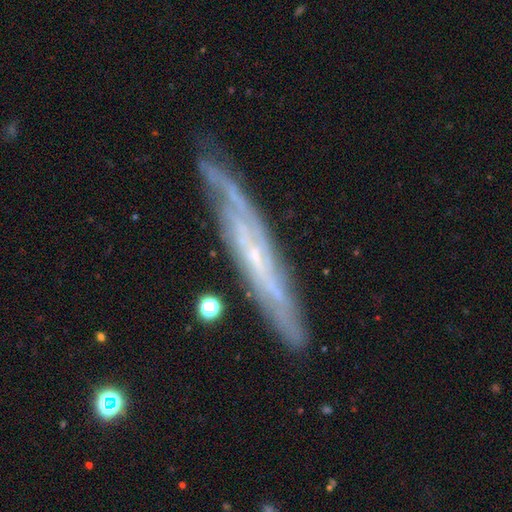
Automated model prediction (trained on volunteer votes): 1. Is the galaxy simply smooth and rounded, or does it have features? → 81% featured or disk, 13% smooth, 6% star or artifact.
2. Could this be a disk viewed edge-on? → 52% yes, 48% no.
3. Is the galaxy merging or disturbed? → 74% none, 19% minor disturbance, 5% major disturbance, 2% merger.